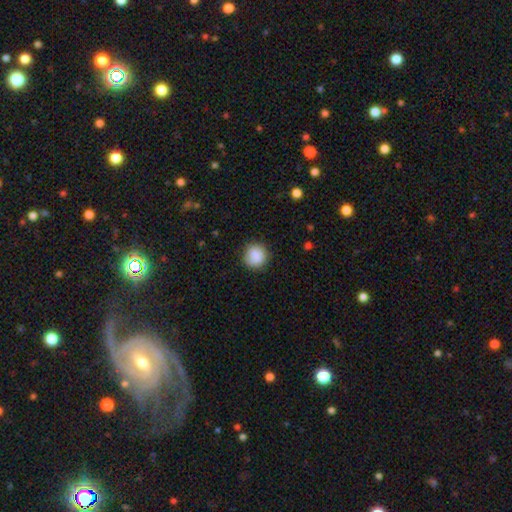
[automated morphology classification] Overall: smooth (88%). How rounded: round (90%). Merging: none (84%).